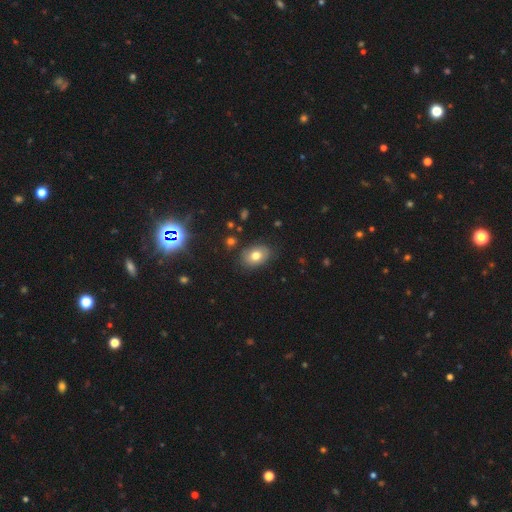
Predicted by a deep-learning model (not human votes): Smooth or featured? Predicted: smooth (p=0.74). How rounded? Predicted: in between (p=0.75). Merging? Predicted: none (p=0.83).